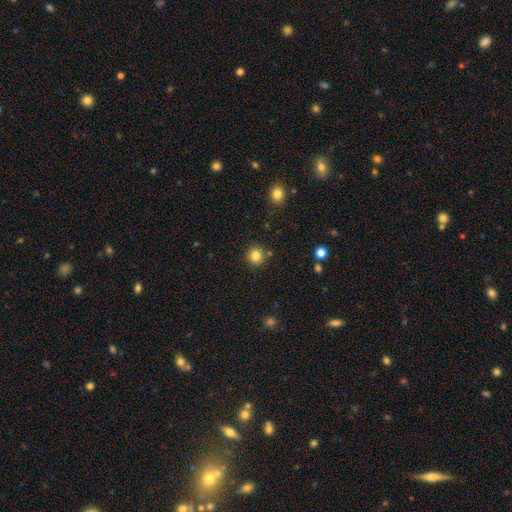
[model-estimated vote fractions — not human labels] Smooth or featured? smooth (83%)
How rounded? round (92%)
Merging? none (87%)